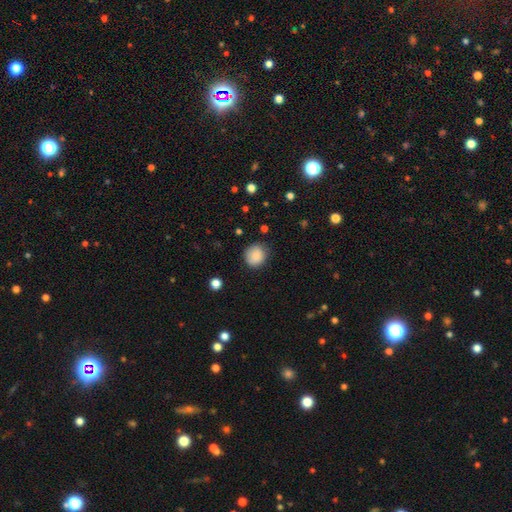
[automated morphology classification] smooth_or_featured: smooth (p=0.87) [alt: star or artifact p=0.09]
how_rounded: round (p=0.82) [alt: in between p=0.17]
merging: none (p=0.79) [alt: minor disturbance p=0.16]